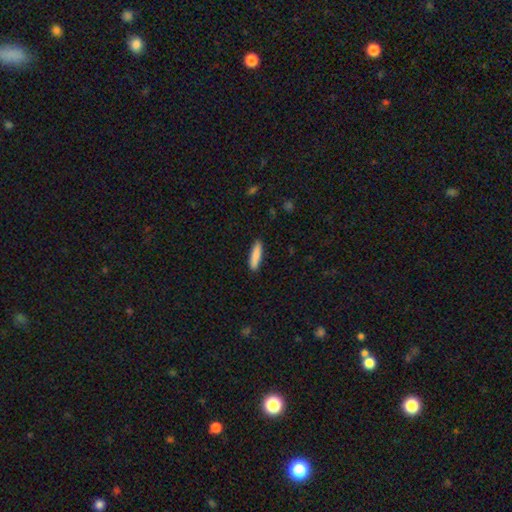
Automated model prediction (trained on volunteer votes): smooth_or_featured: smooth (p=0.87) [alt: featured or disk p=0.07]
how_rounded: cigar-shaped (p=0.77) [alt: in between p=0.21]
merging: none (p=0.89) [alt: minor disturbance p=0.08]